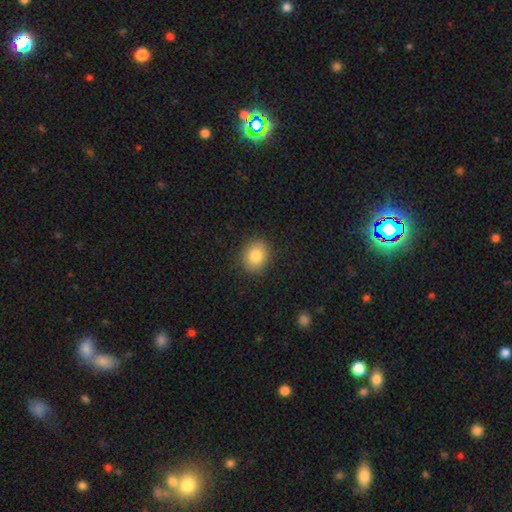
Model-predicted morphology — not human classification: Q: Smooth or featured?
A: smooth (82%); runner-up: star or artifact (9%)
Q: How rounded?
A: round (64%); runner-up: in between (35%)
Q: Merging?
A: none (89%); runner-up: minor disturbance (8%)